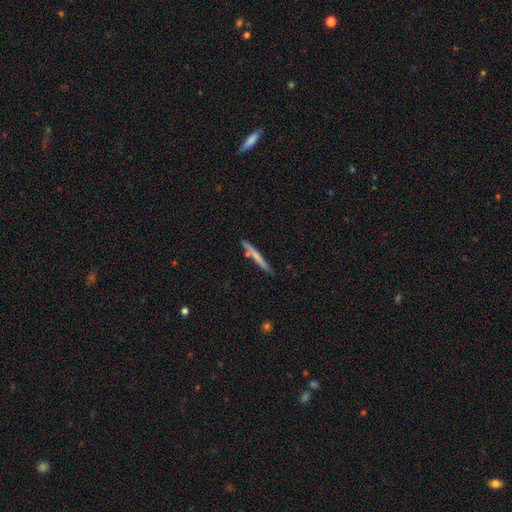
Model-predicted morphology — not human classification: A smooth galaxy with no disk features (60%) that is cigar-shaped (96%).

Vote fractions:
- Smooth or featured? smooth: 60% / featured or disk: 34% / star or artifact: 6%
- How rounded? cigar-shaped: 96% / in between: 3% / round: 2%
- Merging? none: 82% / minor disturbance: 11% / merger: 5% / major disturbance: 2%